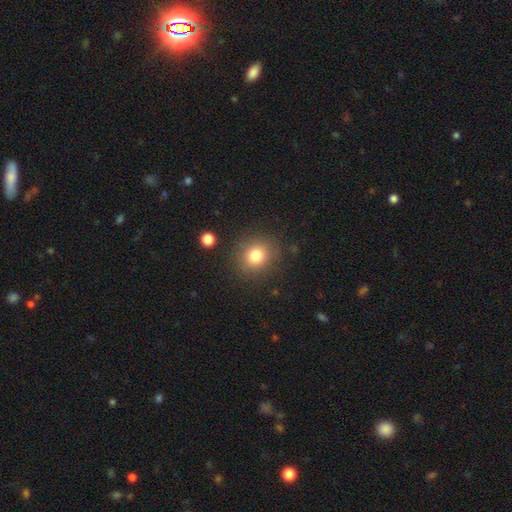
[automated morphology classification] smooth_or_featured: smooth (p=0.80) [alt: star or artifact p=0.12]
how_rounded: round (p=0.80) [alt: in between p=0.19]
merging: none (p=0.86) [alt: minor disturbance p=0.09]